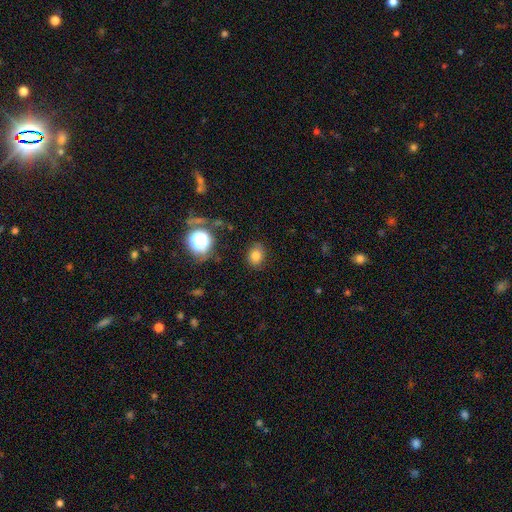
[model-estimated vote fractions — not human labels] smooth-or-featured: smooth: 77% | star or artifact: 15% | featured or disk: 8%
  how-rounded: round: 57% | in between: 42% | cigar-shaped: 1%
  merging: none: 83% | minor disturbance: 12% | major disturbance: 4% | merger: 2%